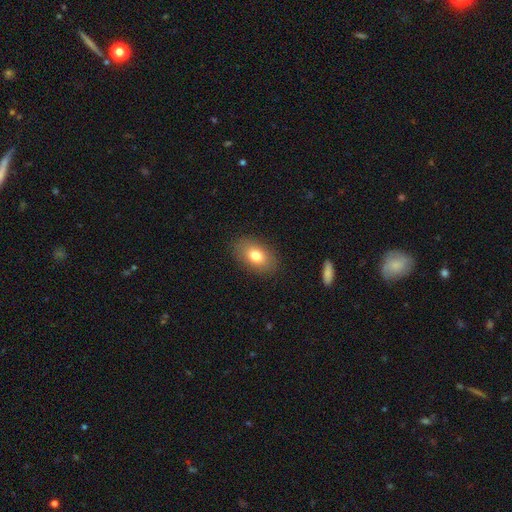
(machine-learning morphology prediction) smooth-or-featured: smooth: 77% | featured or disk: 14% | star or artifact: 8%
  how-rounded: in between: 87% | round: 11% | cigar-shaped: 2%
  merging: none: 87% | minor disturbance: 9% | major disturbance: 3% | merger: 1%